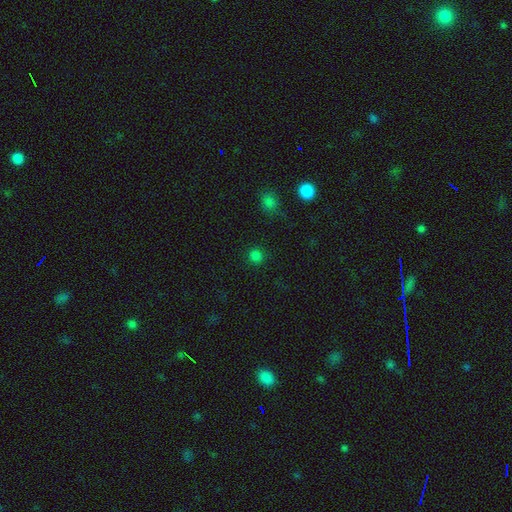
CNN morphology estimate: smooth 80%, star or artifact 17%, featured or disk 3%. Down the decision tree: how rounded — round (92%); merging — none (89%).